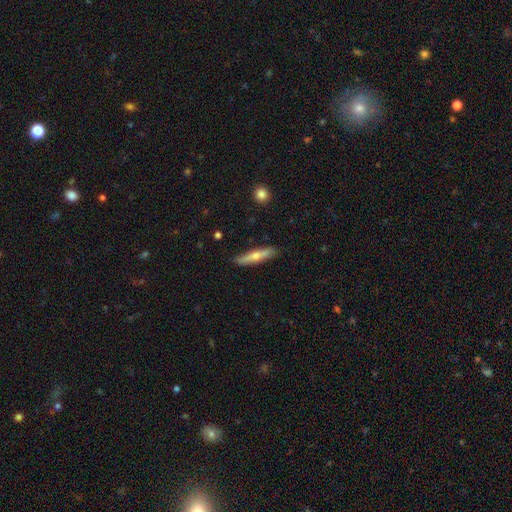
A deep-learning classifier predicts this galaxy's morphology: Overall: featured or disk (47%, tied with smooth). Merging: none (87%).